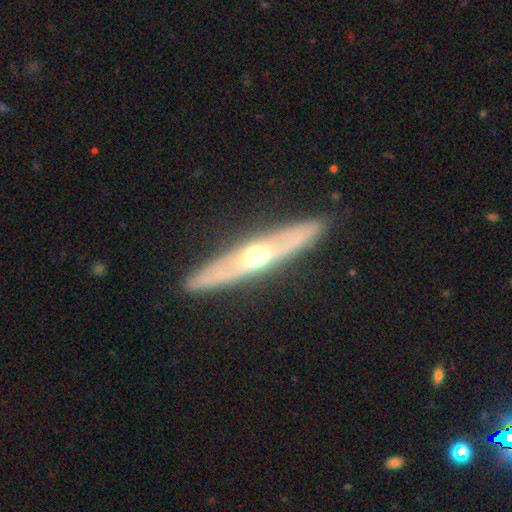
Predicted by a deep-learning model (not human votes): featured or disk 72%, smooth 23%, star or artifact 5%. Down the decision tree: edge-on disk — yes (78%); edge-on bulge — rounded (89%); merging — none (88%).